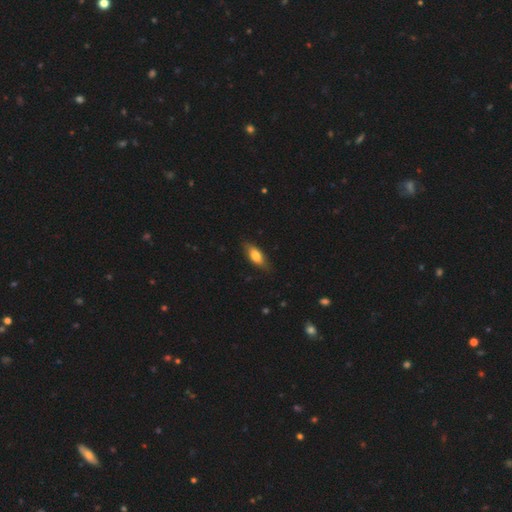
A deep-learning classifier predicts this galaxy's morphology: Q: Smooth or featured?
A: smooth (74%); runner-up: featured or disk (20%)
Q: How rounded?
A: in between (77%); runner-up: cigar-shaped (20%)
Q: Merging?
A: none (80%); runner-up: minor disturbance (16%)